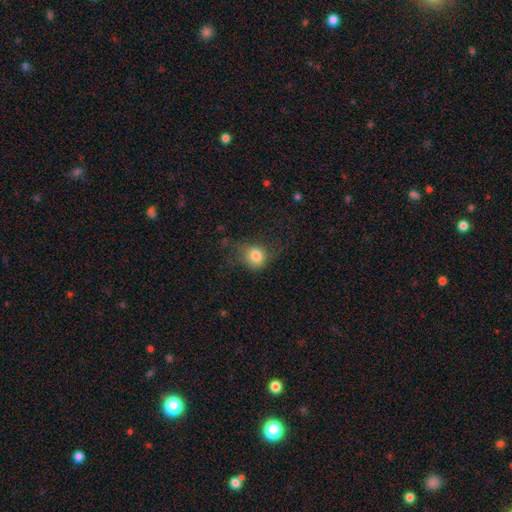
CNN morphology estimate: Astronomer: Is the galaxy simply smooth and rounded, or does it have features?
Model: smooth — 79%.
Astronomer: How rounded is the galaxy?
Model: round — 71%.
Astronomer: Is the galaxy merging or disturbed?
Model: none — 56%.